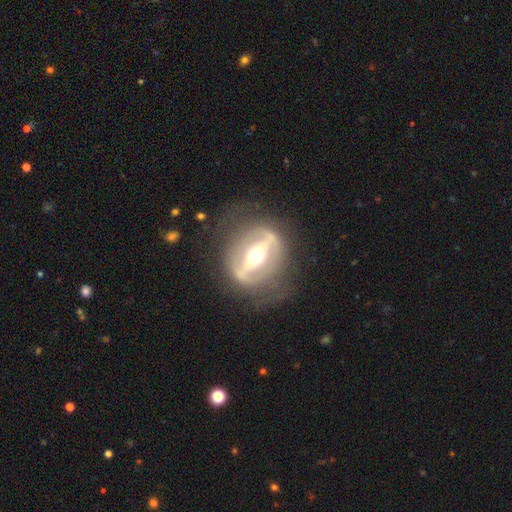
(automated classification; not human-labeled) Smooth or featured: featured or disk — 81% (smooth — 13%)
Edge-on disk: no — 78% (yes — 22%)
Bar: strong — 80% (weak — 13%)
Spiral arms: no — 63% (yes — 37%)
Bulge size: moderate — 70% (small — 16%)
Merging: none — 69% (minor disturbance — 16%)